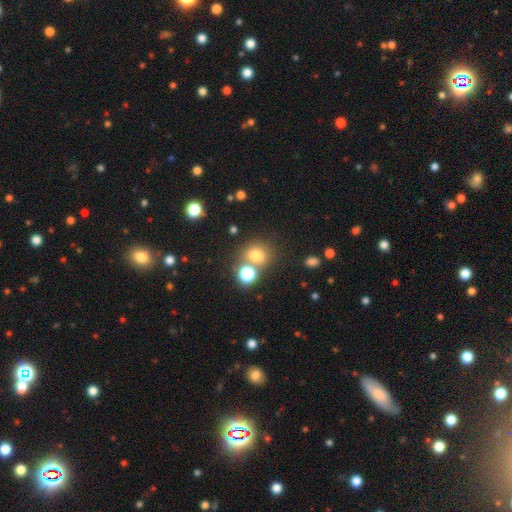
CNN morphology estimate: The model was most divided on "merging": none: 61%, merger: 24%, minor disturbance: 10%, major disturbance: 5%. More confident: how rounded — round (77%); smooth or featured — smooth (72%).